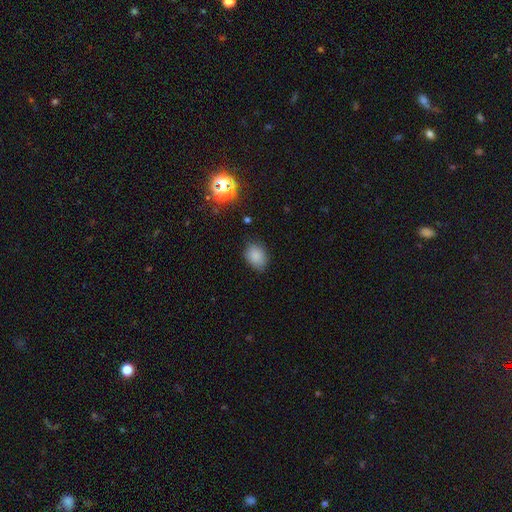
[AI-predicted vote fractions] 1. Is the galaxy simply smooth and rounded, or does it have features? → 84% smooth, 11% star or artifact, 5% featured or disk.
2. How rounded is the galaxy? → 69% in between, 30% round, 1% cigar-shaped.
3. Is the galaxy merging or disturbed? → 75% none, 19% minor disturbance, 4% major disturbance, 1% merger.